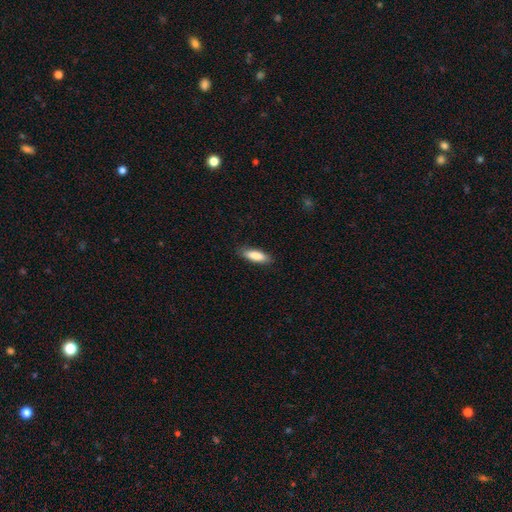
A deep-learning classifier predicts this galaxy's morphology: The model was most divided on "how rounded": in between: 59%, cigar-shaped: 40%, round: 2%. More confident: smooth or featured — smooth (86%); merging — none (83%).